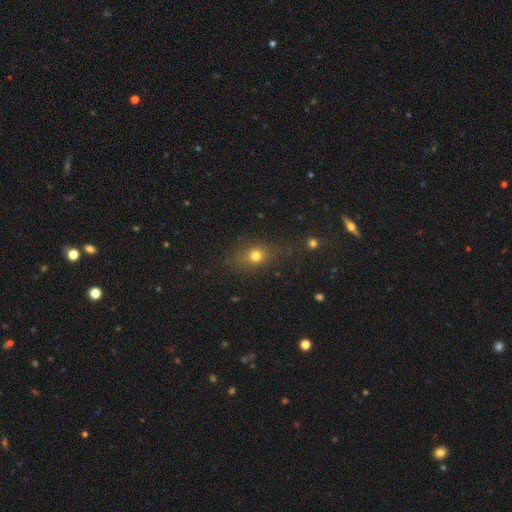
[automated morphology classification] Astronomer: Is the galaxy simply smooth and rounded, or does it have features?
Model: smooth — 73%.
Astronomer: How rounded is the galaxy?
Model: round — 51% (runner-up: in between, 46%).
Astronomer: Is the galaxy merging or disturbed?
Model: none — 78%.